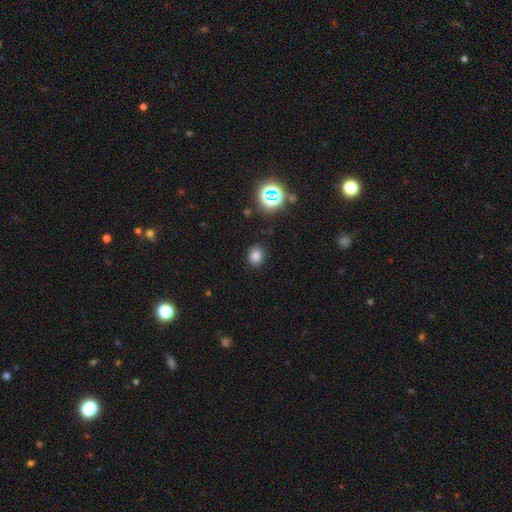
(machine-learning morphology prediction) smooth-or-featured: smooth: 76% | star or artifact: 17% | featured or disk: 6%
  how-rounded: round: 60% | in between: 39% | cigar-shaped: 1%
  merging: none: 86% | minor disturbance: 9% | major disturbance: 3% | merger: 2%